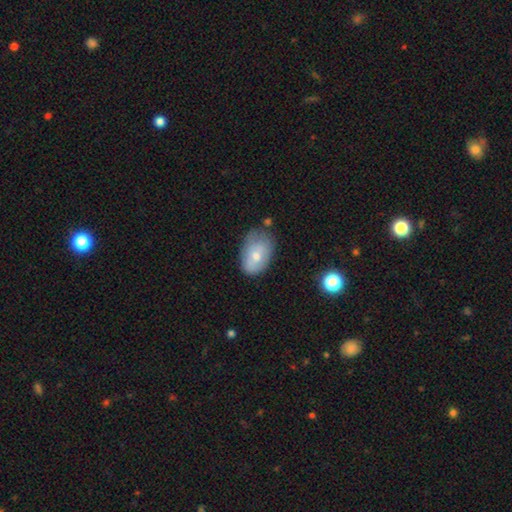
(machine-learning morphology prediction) This appears to be a smooth galaxy with no disk features (68%) that is in between round and cigar-shaped (87%). Merging: none (52%).